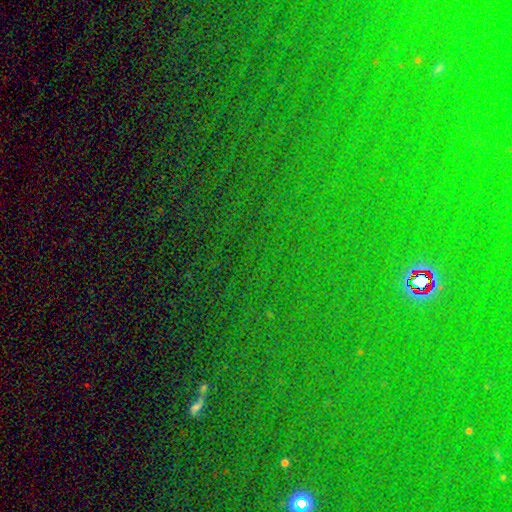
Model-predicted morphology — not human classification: This is likely a star or artifact rather than a galaxy (79%).